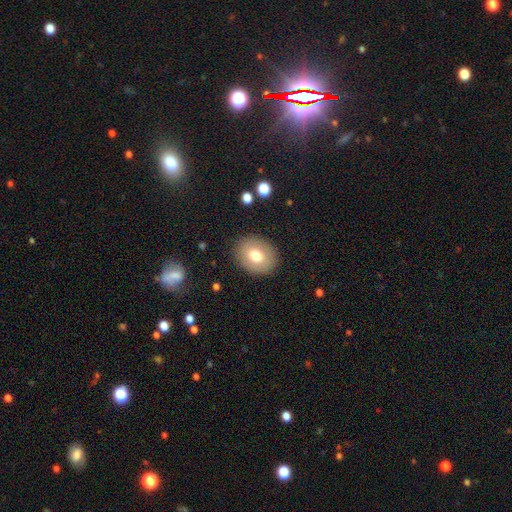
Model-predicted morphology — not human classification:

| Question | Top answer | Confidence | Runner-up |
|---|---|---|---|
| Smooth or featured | smooth | 72% | featured or disk (19%) |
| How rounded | round | 51% | in between (48%) |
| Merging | none | 87% | minor disturbance (9%) |